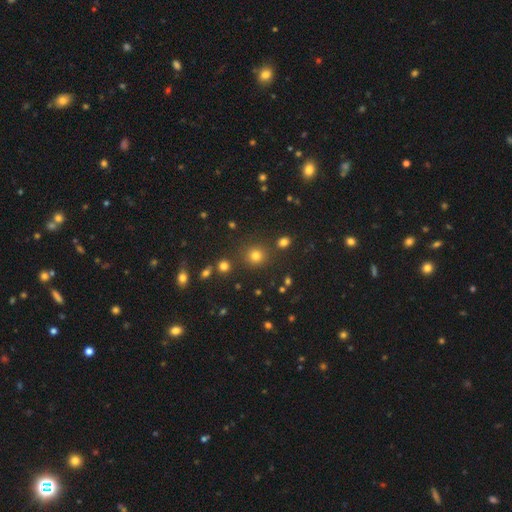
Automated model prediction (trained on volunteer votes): Overall: smooth (75%). How rounded: round (91%). Merging: none (84%).